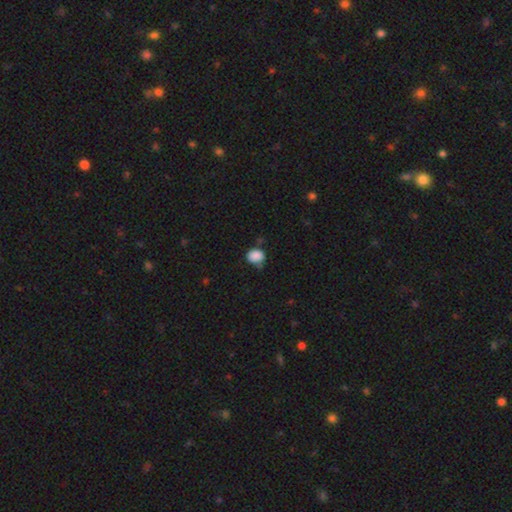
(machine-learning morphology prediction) Overall: smooth (87%). How rounded: round (52%; in between 47%). Merging: none (60%; minor disturbance 28%).